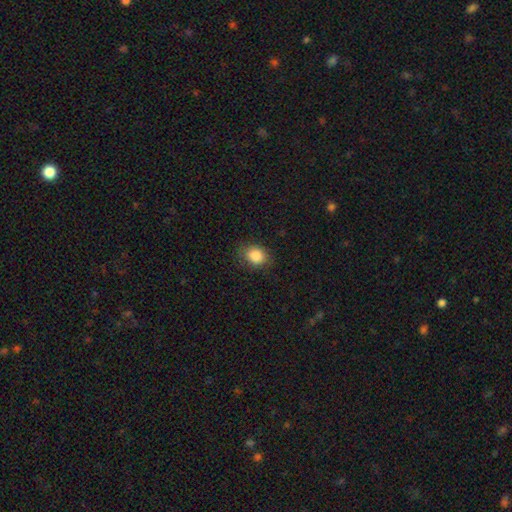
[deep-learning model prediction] Q: Smooth or featured?
A: smooth (85%); runner-up: star or artifact (9%)
Q: How rounded?
A: round (50%); runner-up: in between (49%)
Q: Merging?
A: none (81%); runner-up: minor disturbance (14%)